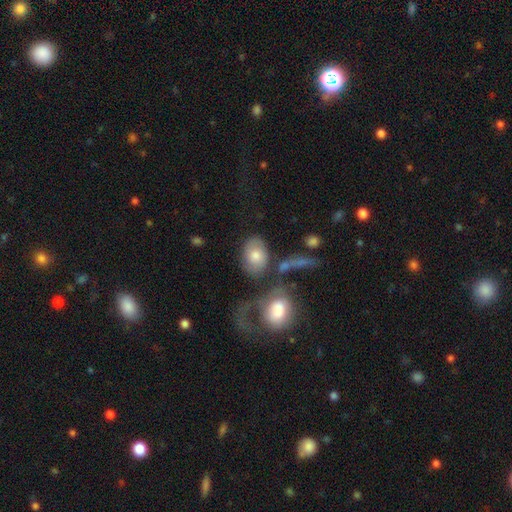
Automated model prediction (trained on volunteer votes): This appears to be a smooth galaxy with no disk features (69%) that is in between round and cigar-shaped (78%). Merging: none (58%).